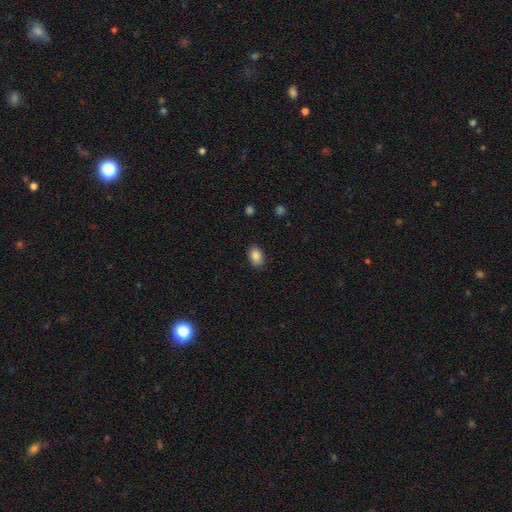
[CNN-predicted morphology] Smooth or featured: smooth — 86% (star or artifact — 8%)
How rounded: in between — 81% (round — 18%)
Merging: none — 85% (minor disturbance — 11%)